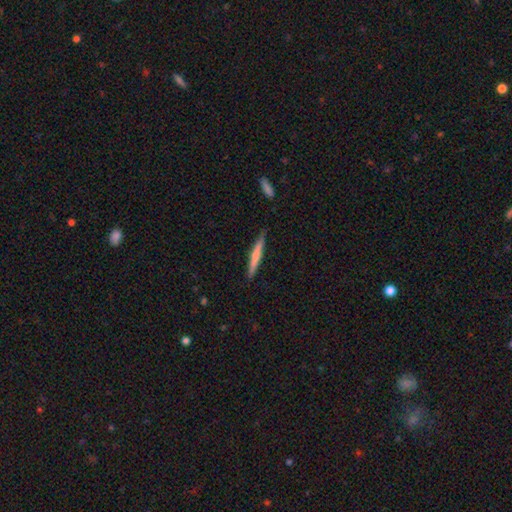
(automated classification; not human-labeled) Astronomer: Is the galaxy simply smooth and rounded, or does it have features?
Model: smooth — 58% (runner-up: featured or disk, 37%).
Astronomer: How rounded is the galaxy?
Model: cigar-shaped — 95%.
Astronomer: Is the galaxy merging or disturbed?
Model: none — 87%.